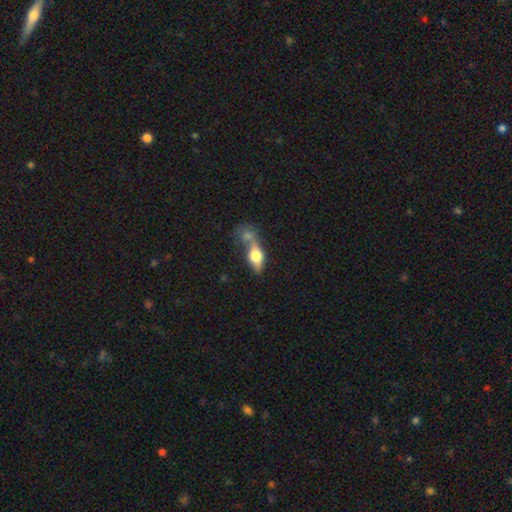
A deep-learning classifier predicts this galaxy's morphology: smooth-or-featured: smooth: 55% | featured or disk: 36% | star or artifact: 8%
  how-rounded: in between: 66% | cigar-shaped: 21% | round: 14%
  merging: merger: 48% | none: 31% | minor disturbance: 12% | major disturbance: 9%